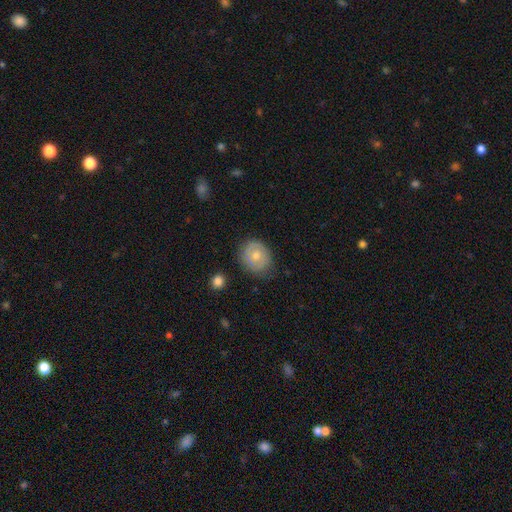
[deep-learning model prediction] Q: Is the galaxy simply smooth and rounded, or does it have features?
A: smooth — 58%.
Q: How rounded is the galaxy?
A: round — 70%.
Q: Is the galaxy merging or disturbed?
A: none — 74%.